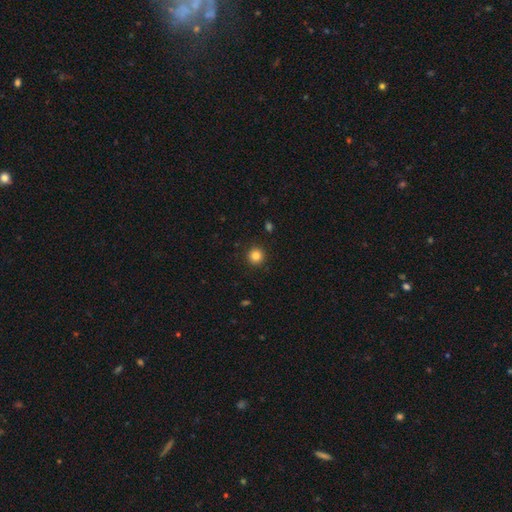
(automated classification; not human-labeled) This is clearly a smooth galaxy (83%). How rounded: clearly round (95%). Merging: clearly none (92%).